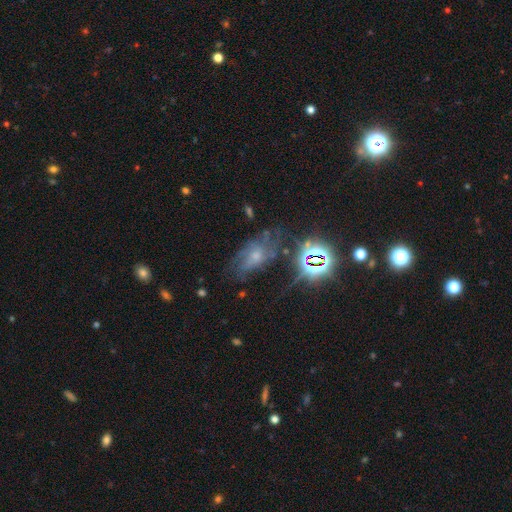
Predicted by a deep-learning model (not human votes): Overall: featured or disk (44%; star or artifact 28%). Merging: none (47%; minor disturbance 25%).